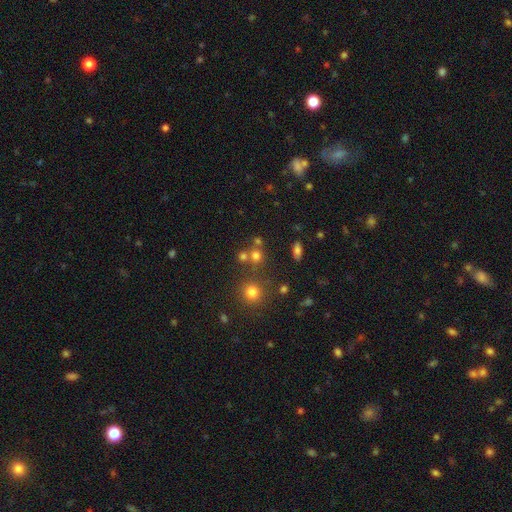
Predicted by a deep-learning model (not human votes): A smooth galaxy with no disk features (69%) that is round (86%). Merging: none (62%).